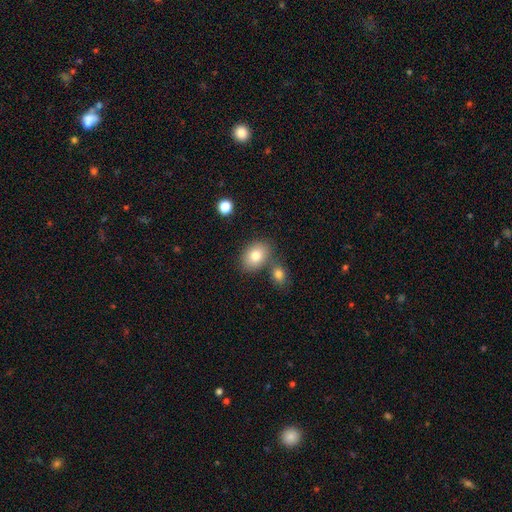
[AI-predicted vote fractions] This appears to be a smooth galaxy with no disk features (80%) that is in between round and cigar-shaped (73%). Merging: none (65%).